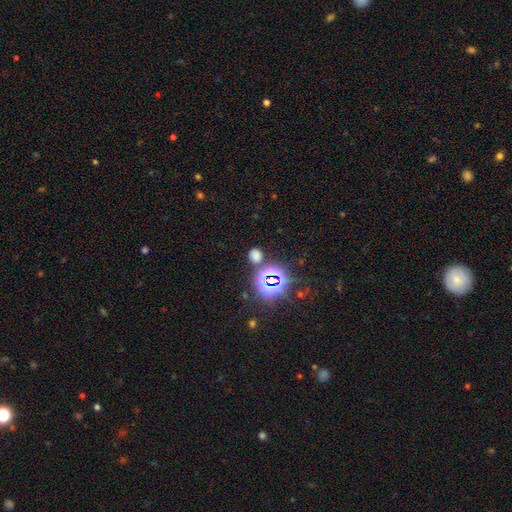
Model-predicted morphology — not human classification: This appears to be a smooth galaxy with no disk features (54%) that is round (67%). Merging: none (77%).